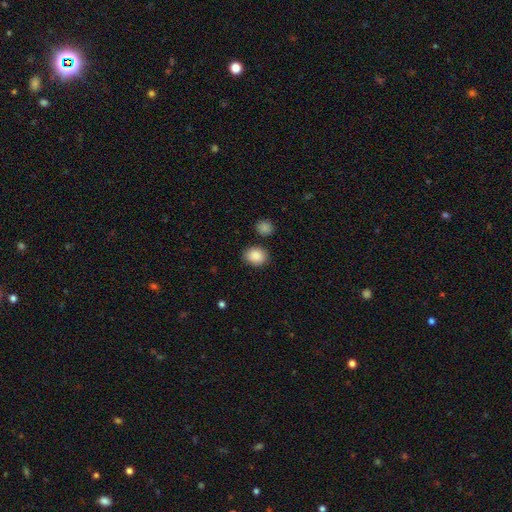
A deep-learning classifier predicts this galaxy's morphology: This appears to be a smooth galaxy with no disk features (89%) that is round (50%). Merging: none (82%).